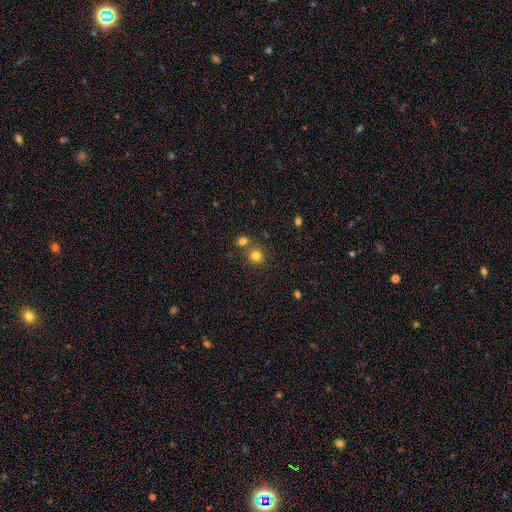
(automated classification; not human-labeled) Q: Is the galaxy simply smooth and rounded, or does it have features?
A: smooth — 80%.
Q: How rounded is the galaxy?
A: round — 87%.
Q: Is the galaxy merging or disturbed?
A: none — 68%.